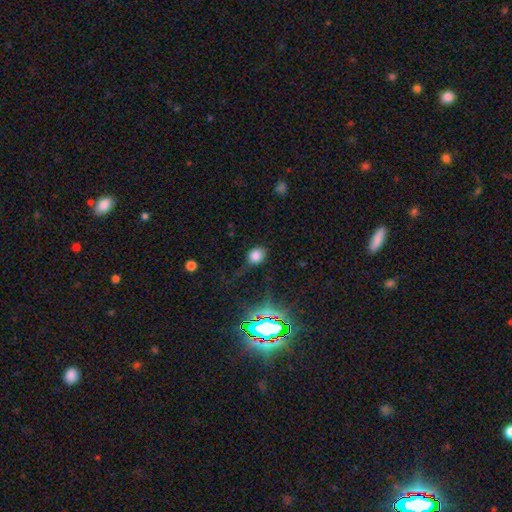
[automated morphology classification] Smooth or featured? smooth (74%)
How rounded? round (62%)
Merging? none (62%)